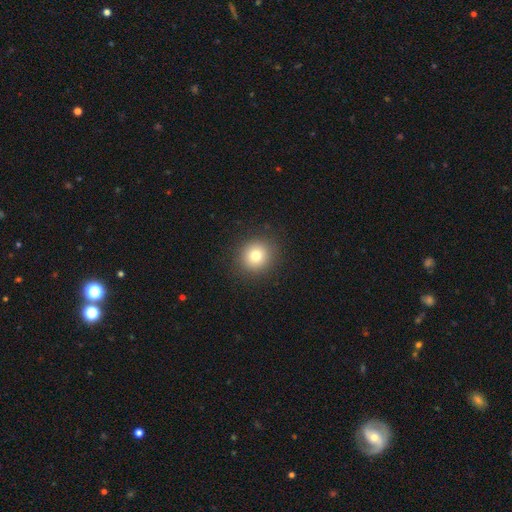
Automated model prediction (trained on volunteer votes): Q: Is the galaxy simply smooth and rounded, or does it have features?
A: smooth — 78%.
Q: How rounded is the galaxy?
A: round — 90%.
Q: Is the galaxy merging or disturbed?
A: none — 90%.